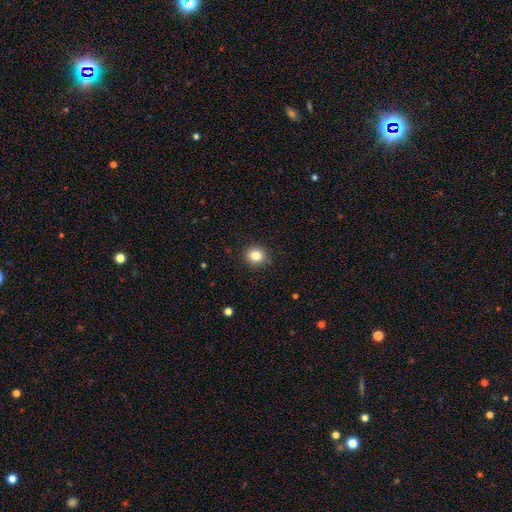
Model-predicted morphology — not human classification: Overall: smooth (84%). How rounded: round (87%). Merging: none (90%).